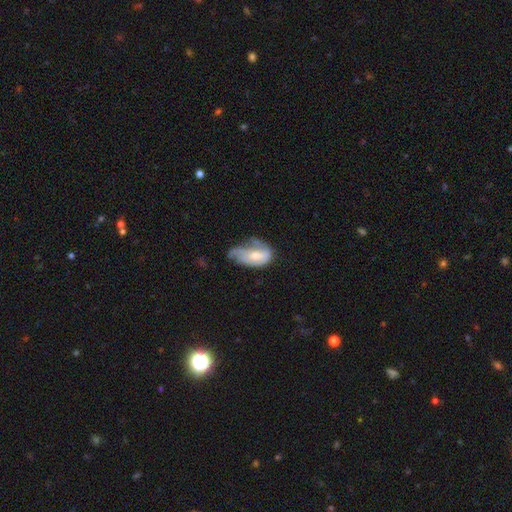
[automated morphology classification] smooth-or-featured: featured or disk: 47% | smooth: 46% | star or artifact: 7%
  merging: major disturbance: 41% | minor disturbance: 35% | none: 19% | merger: 6%